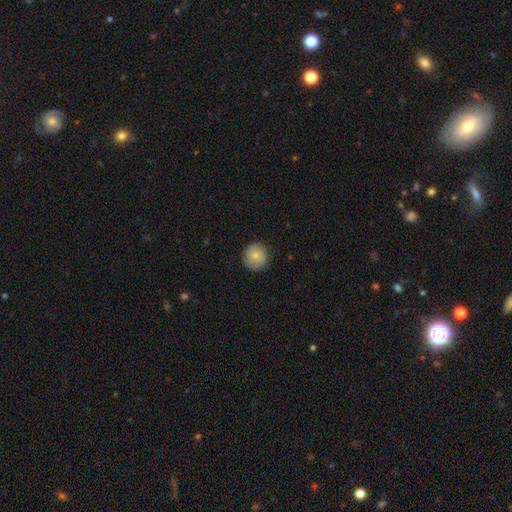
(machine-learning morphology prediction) Smooth or featured?
  - smooth: 78% *
  - featured or disk: 14%
  - star or artifact: 7%
How rounded?
  - round: 93% *
  - in between: 6%
  - cigar-shaped: 1%
Merging?
  - none: 86% *
  - minor disturbance: 11%
  - major disturbance: 2%
  - merger: 1%